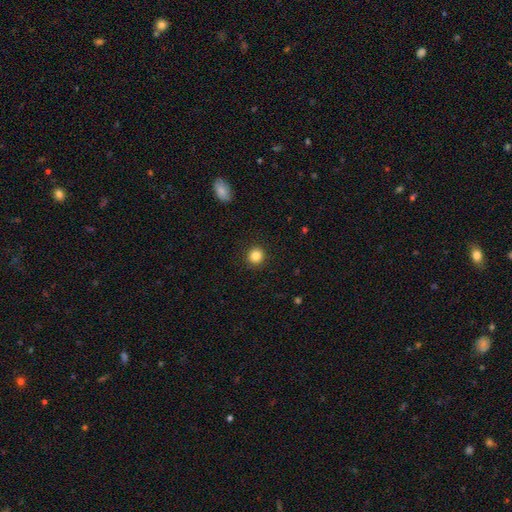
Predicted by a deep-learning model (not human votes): smooth_or_featured: smooth (p=0.85) [alt: star or artifact p=0.11]
how_rounded: round (p=0.92) [alt: in between p=0.07]
merging: none (p=0.92) [alt: minor disturbance p=0.05]